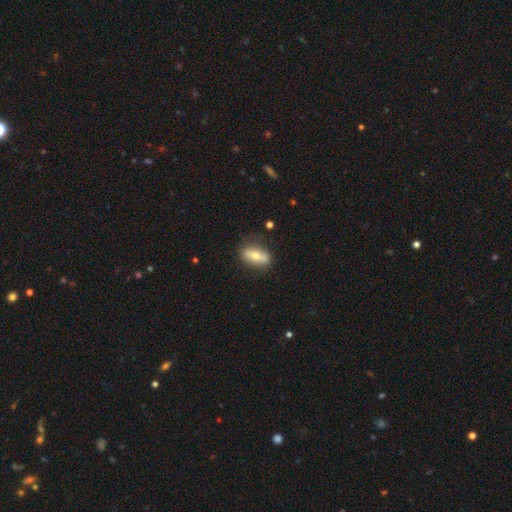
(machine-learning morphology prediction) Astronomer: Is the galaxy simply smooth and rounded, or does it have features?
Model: smooth — 59% (runner-up: featured or disk, 35%).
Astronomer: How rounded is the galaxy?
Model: in between — 80%.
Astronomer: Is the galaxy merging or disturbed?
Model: none — 74%.